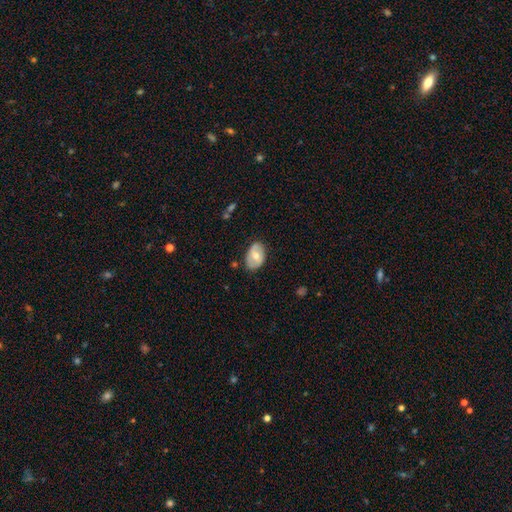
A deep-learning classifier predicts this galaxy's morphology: Smooth or featured? smooth (55%)
How rounded? in between (88%)
Merging? none (75%)